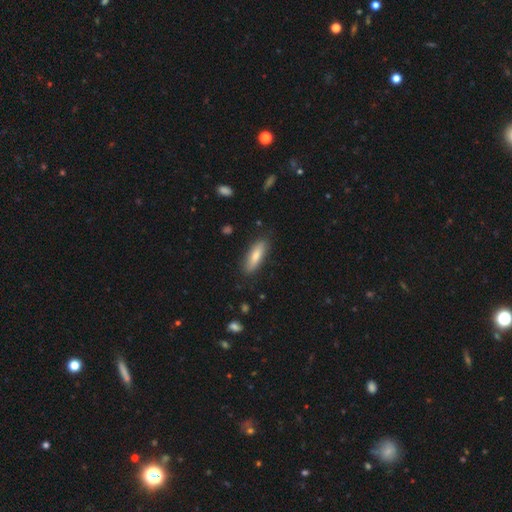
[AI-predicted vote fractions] The model was most divided on "how rounded" (2-way tie): cigar-shaped: 49%, in between: 49%, round: 2%. More confident: merging — none (84%); smooth or featured — smooth (73%).